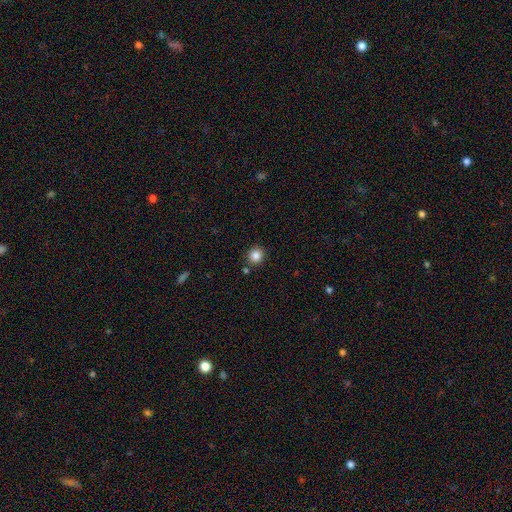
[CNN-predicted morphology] smooth_or_featured: smooth (p=0.85) [alt: star or artifact p=0.11]
how_rounded: round (p=0.92) [alt: in between p=0.07]
merging: none (p=0.85) [alt: minor disturbance p=0.07]